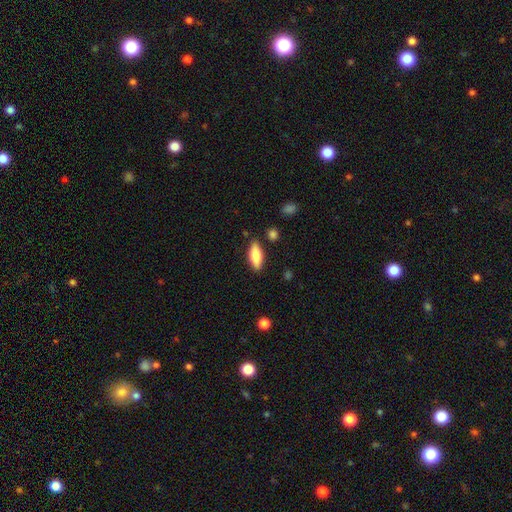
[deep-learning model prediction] smooth 78%, featured or disk 16%, star or artifact 6%. Down the decision tree: how rounded — in between (68%); merging — none (84%).